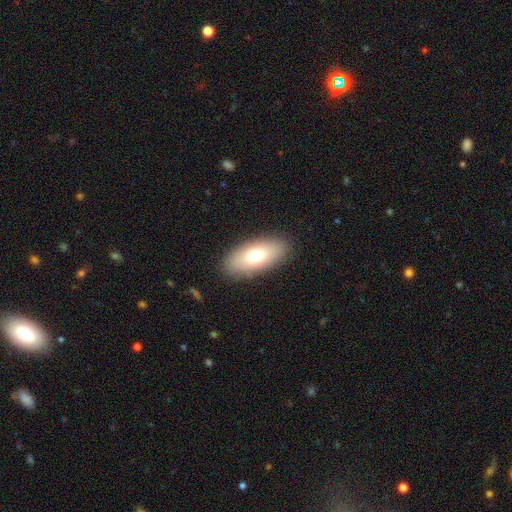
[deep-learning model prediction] The model was most divided on "smooth or featured": smooth: 71%, featured or disk: 21%, star or artifact: 8%. More confident: how rounded — in between (88%); merging — none (86%).